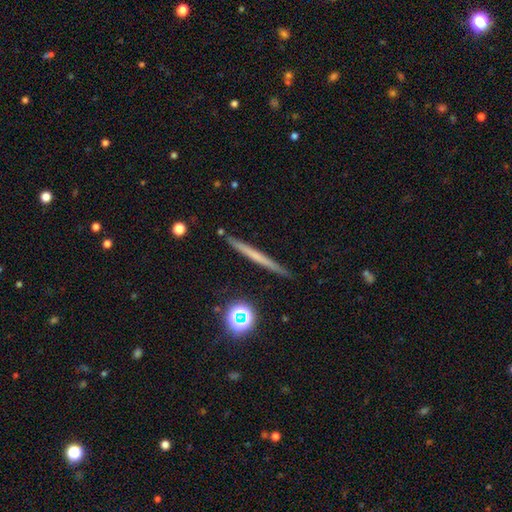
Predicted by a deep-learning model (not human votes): smooth_or_featured: featured or disk (p=0.47) [alt: smooth p=0.44]
merging: none (p=0.90) [alt: minor disturbance p=0.07]